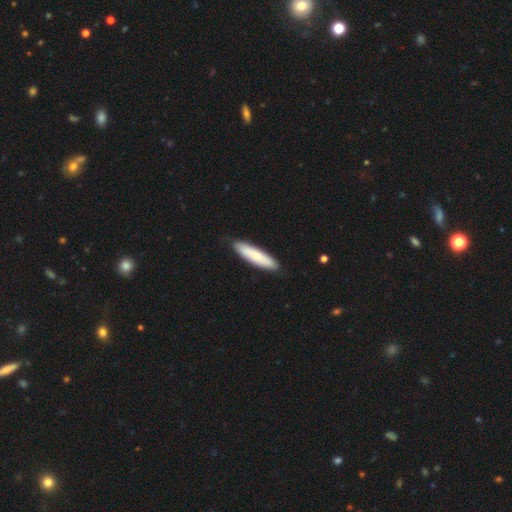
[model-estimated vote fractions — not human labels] Overall: smooth (65%; featured or disk 30%). How rounded: cigar-shaped (70%). Merging: none (87%).